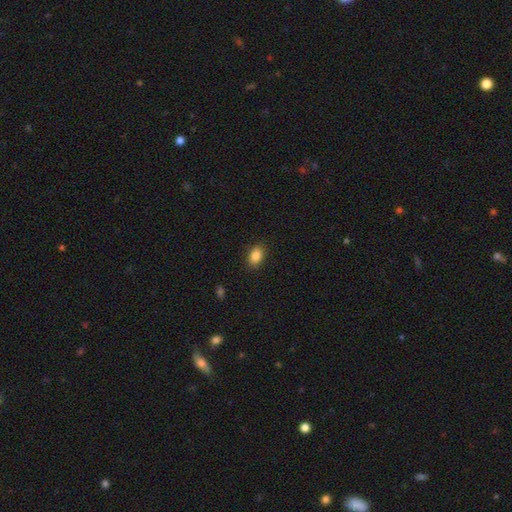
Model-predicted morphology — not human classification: smooth 87%, star or artifact 9%, featured or disk 4%. Down the decision tree: how rounded — in between (83%); merging — none (88%).